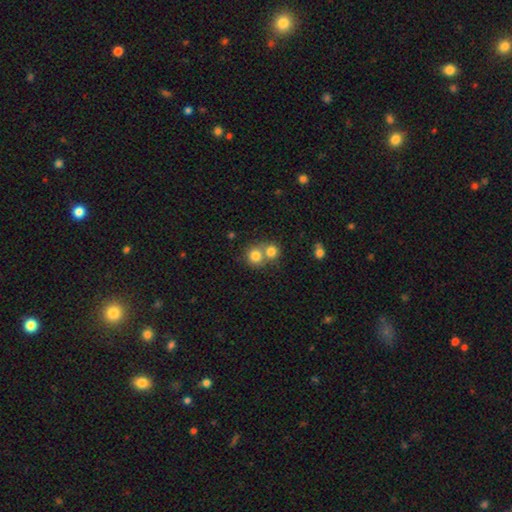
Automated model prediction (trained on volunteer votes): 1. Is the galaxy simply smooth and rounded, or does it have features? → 79% smooth, 11% star or artifact, 10% featured or disk.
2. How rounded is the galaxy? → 86% round, 13% in between, 1% cigar-shaped.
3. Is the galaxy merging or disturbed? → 50% merger, 42% none, 6% minor disturbance, 3% major disturbance.